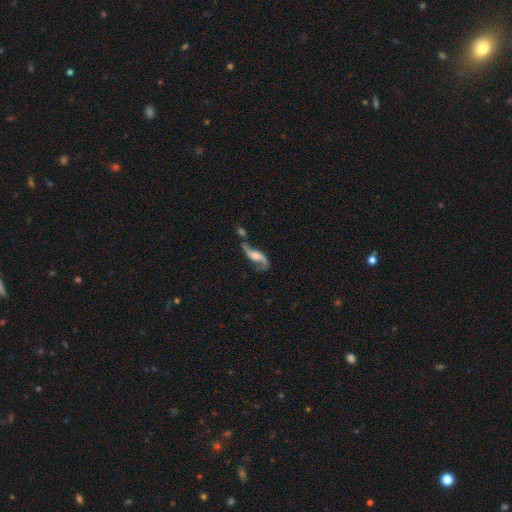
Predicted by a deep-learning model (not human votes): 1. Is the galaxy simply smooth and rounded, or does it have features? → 82% featured or disk, 12% smooth, 6% star or artifact.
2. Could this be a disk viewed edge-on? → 88% no, 12% yes.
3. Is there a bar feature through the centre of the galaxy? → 52% no, 35% weak, 13% strong.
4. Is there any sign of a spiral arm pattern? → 93% yes, 7% no.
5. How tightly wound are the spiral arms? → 84% loose, 12% medium, 3% tight.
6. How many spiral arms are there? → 90% 2, 4% 1, 2% can't tell, 1% 3, 1% 4, 1% more than 4.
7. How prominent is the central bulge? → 44% moderate, 21% large, 20% small, 11% none, 3% dominant.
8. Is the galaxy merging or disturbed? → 47% none, 23% merger, 18% minor disturbance, 13% major disturbance.